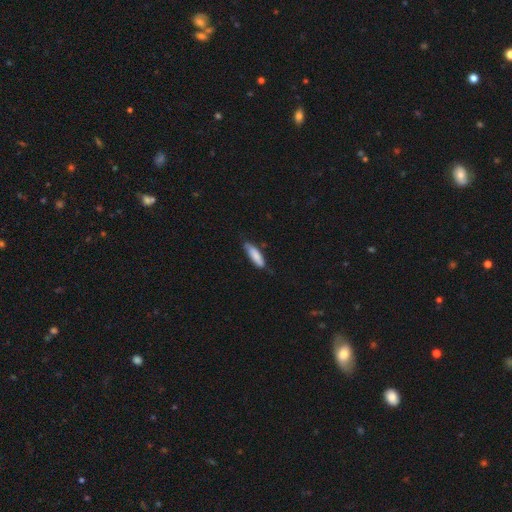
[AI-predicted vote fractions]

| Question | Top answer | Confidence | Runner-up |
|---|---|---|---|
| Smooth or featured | smooth | 82% | featured or disk (13%) |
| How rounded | cigar-shaped | 59% | in between (40%) |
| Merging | none | 71% | minor disturbance (24%) |